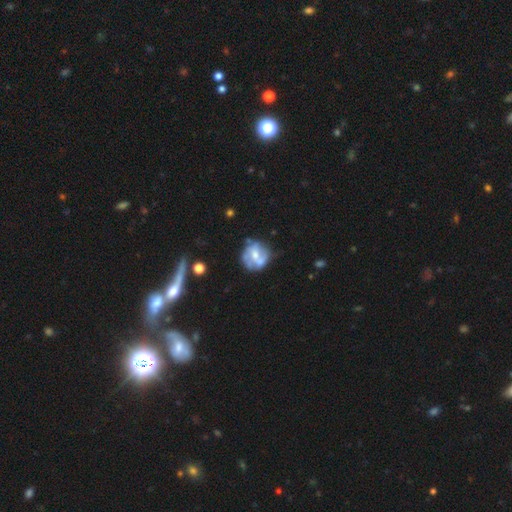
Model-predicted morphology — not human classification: Q: Smooth or featured?
A: featured or disk (64%); runner-up: smooth (29%)
Q: Edge-on disk?
A: no (97%); runner-up: yes (3%)
Q: Bar?
A: no (54%); runner-up: weak (36%)
Q: Spiral arms?
A: yes (65%); runner-up: no (35%)
Q: Bulge size?
A: moderate (53%); runner-up: small (34%)
Q: Merging?
A: none (53%); runner-up: minor disturbance (23%)